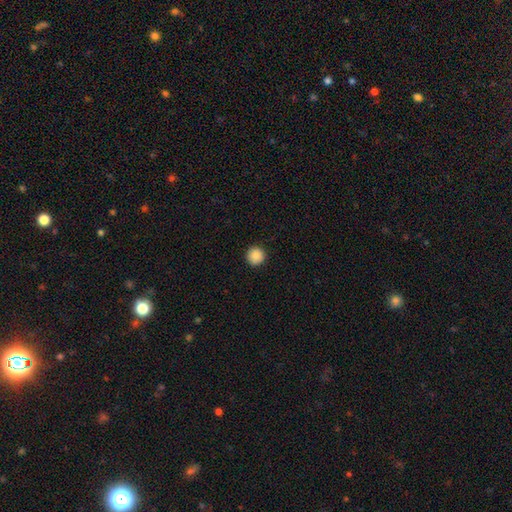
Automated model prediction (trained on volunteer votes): Overall: smooth (89%). How rounded: round (96%). Merging: none (93%).